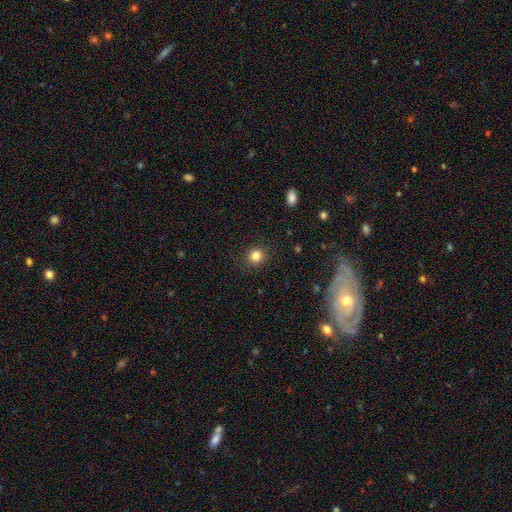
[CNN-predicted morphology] This appears to be a smooth galaxy with no disk features (83%) that is round (88%). Merging: none (90%).